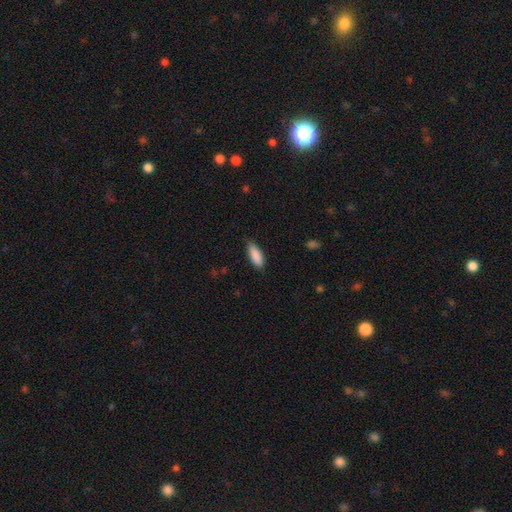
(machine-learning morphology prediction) smooth 89%, star or artifact 6%, featured or disk 5%. Down the decision tree: how rounded — in between (76%); merging — none (76%).